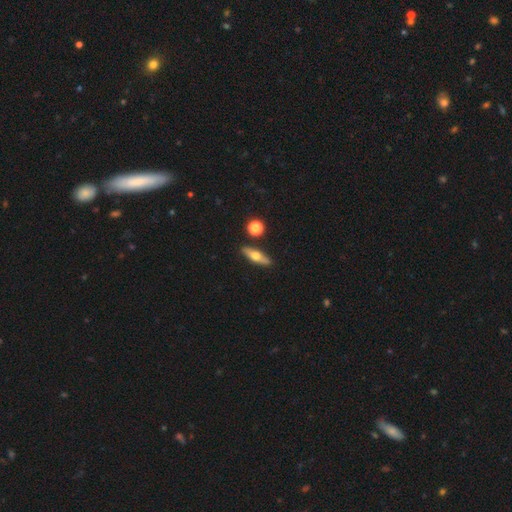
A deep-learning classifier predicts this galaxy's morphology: The model was most divided on "smooth or featured": featured or disk: 48%, smooth: 46%, star or artifact: 7%. More confident: merging — none (86%).